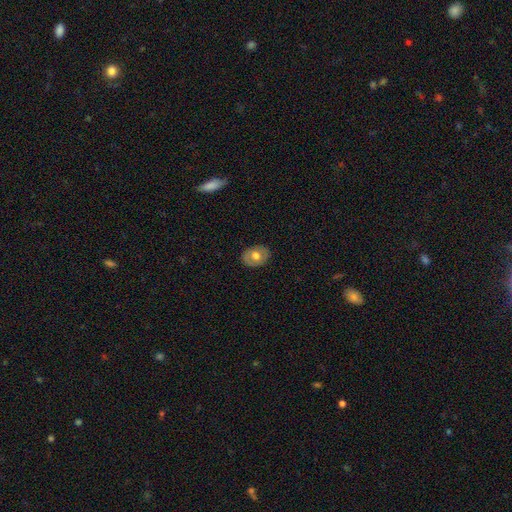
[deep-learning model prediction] Smooth or featured: smooth — 62% (featured or disk — 31%)
How rounded: in between — 67% (round — 32%)
Merging: none — 86% (minor disturbance — 11%)